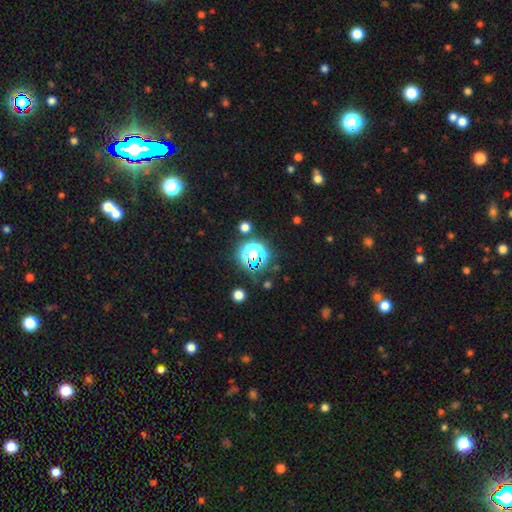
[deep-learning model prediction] Smooth or featured? star or artifact (60%)